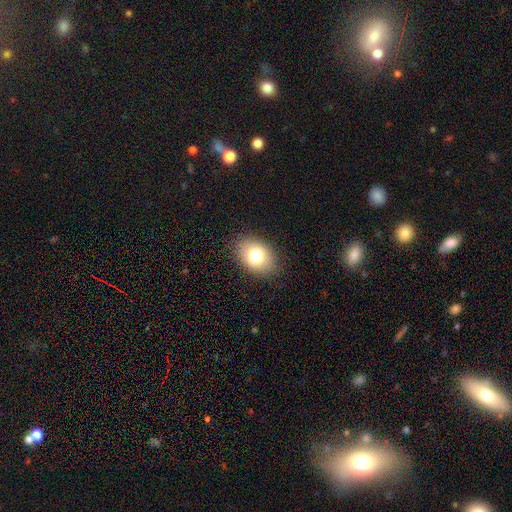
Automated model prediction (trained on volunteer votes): Overall: smooth (77%). How rounded: in between (83%). Merging: none (86%).